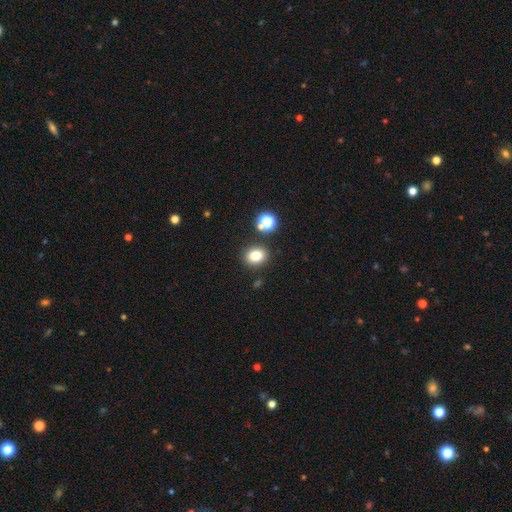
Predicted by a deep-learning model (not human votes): Smooth or featured?
  - smooth: 79% *
  - star or artifact: 14%
  - featured or disk: 7%
How rounded?
  - round: 55% *
  - in between: 44%
  - cigar-shaped: 1%
Merging?
  - none: 83% *
  - minor disturbance: 8%
  - merger: 6%
  - major disturbance: 3%